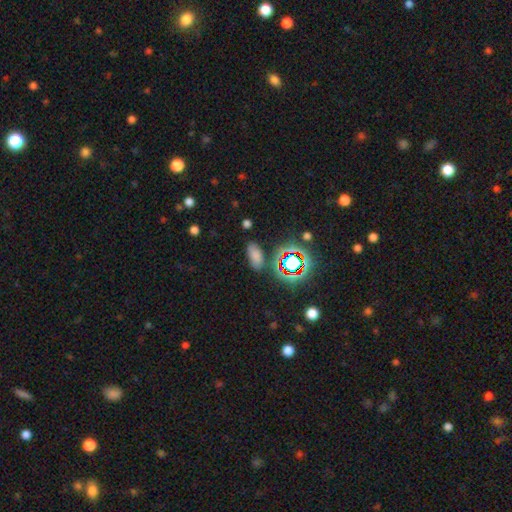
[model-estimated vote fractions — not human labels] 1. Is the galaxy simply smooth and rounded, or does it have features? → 68% smooth, 23% star or artifact, 9% featured or disk.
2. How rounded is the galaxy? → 87% in between, 7% cigar-shaped, 6% round.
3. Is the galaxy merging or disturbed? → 77% none, 14% minor disturbance, 5% major disturbance, 4% merger.